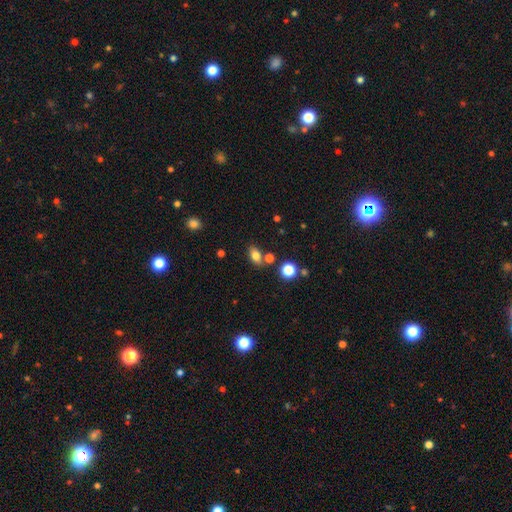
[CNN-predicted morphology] Q: Smooth or featured?
A: smooth (77%); runner-up: featured or disk (12%)
Q: How rounded?
A: in between (81%); runner-up: round (14%)
Q: Merging?
A: none (72%); runner-up: merger (12%)